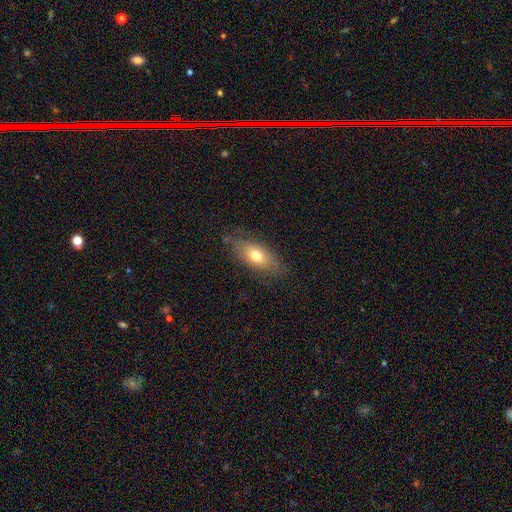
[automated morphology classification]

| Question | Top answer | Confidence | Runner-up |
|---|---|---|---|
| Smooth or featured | smooth | 64% | featured or disk (28%) |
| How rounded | in between | 82% | cigar-shaped (12%) |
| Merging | none | 73% | minor disturbance (20%) |